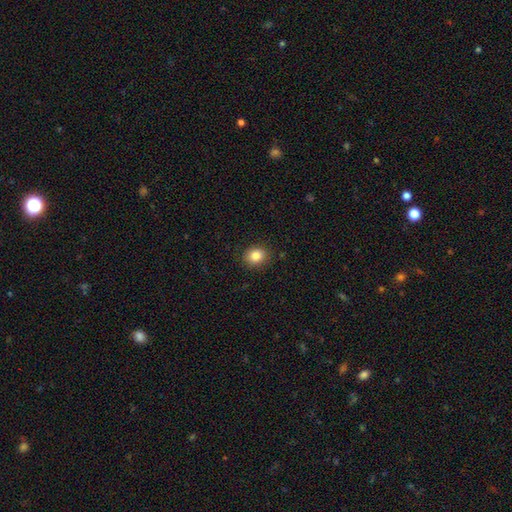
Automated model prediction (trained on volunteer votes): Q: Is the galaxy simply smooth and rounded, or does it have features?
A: smooth — 85%.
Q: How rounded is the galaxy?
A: round — 63%.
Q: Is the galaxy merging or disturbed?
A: none — 89%.